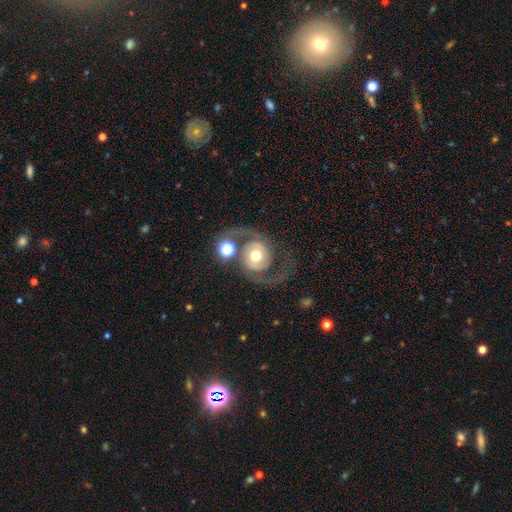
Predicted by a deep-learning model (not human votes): Smooth or featured?
  - featured or disk: 79% *
  - smooth: 15%
  - star or artifact: 6%
Edge-on disk?
  - no: 97% *
  - yes: 3%
Bar?
  - no: 71% *
  - weak: 23%
  - strong: 7%
Spiral arms?
  - yes: 88% *
  - no: 12%
Spiral winding?
  - medium: 46% *
  - loose: 38%
  - tight: 16%
Spiral arm count?
  - 2: 91% *
  - 1: 3%
  - can't tell: 3%
  - 3: 1%
  - 4: 1%
  - more than 4: 1%
Bulge size?
  - moderate: 67% *
  - large: 21%
  - small: 8%
  - dominant: 3%
  - none: 1%
Merging?
  - none: 63% *
  - major disturbance: 14%
  - minor disturbance: 14%
  - merger: 9%